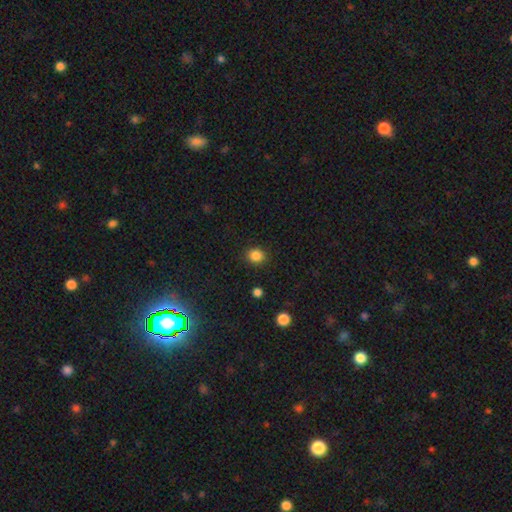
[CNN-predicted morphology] smooth-or-featured: smooth: 85% | star or artifact: 11% | featured or disk: 3%
  how-rounded: round: 83% | in between: 16% | cigar-shaped: 1%
  merging: none: 89% | minor disturbance: 8% | major disturbance: 2% | merger: 1%